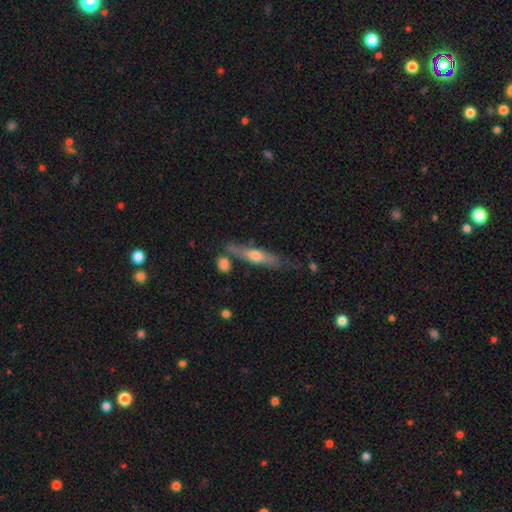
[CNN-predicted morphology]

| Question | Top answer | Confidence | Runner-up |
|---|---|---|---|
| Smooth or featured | smooth | 48% | featured or disk (46%) |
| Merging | none | 63% | minor disturbance (21%) |